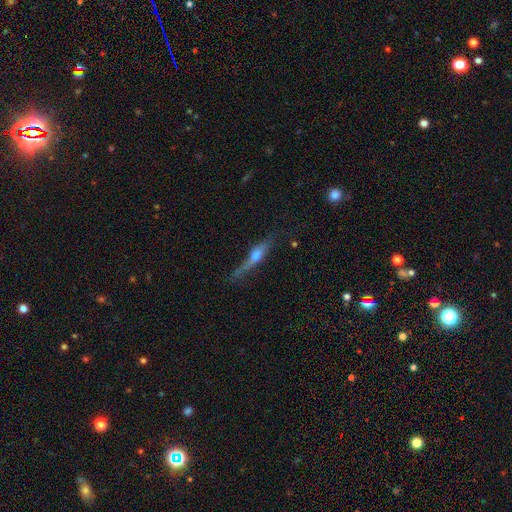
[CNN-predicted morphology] Q: Smooth or featured?
A: featured or disk (54%); runner-up: smooth (39%)
Q: Edge-on disk?
A: yes (87%); runner-up: no (13%)
Q: Merging?
A: none (55%); runner-up: minor disturbance (27%)